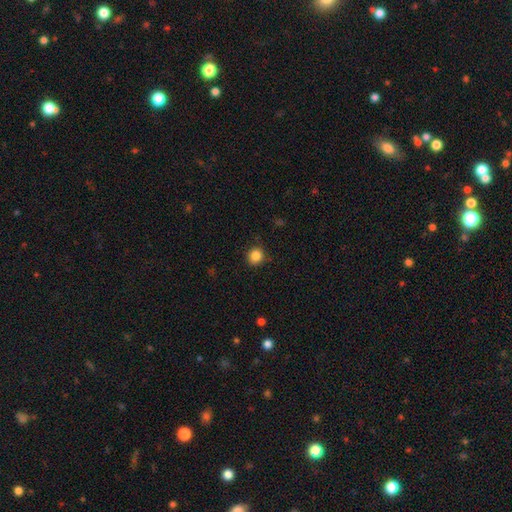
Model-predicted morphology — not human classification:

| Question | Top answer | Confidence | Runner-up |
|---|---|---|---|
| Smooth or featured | smooth | 85% | star or artifact (11%) |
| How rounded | round | 89% | in between (10%) |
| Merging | none | 87% | minor disturbance (9%) |